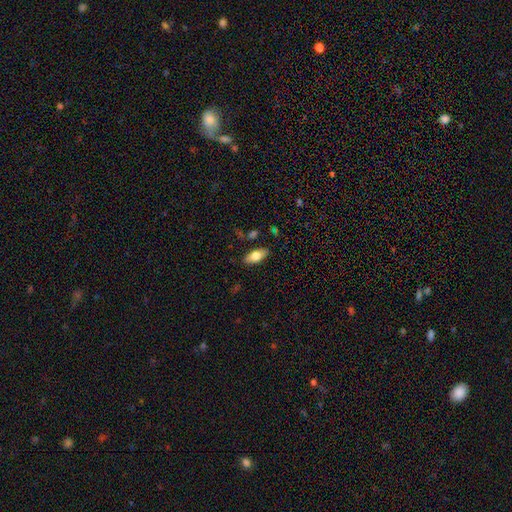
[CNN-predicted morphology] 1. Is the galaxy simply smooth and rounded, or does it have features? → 70% smooth, 23% featured or disk, 7% star or artifact.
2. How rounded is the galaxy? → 85% in between, 12% cigar-shaped, 3% round.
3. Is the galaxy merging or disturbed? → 85% none, 11% minor disturbance, 2% major disturbance, 2% merger.